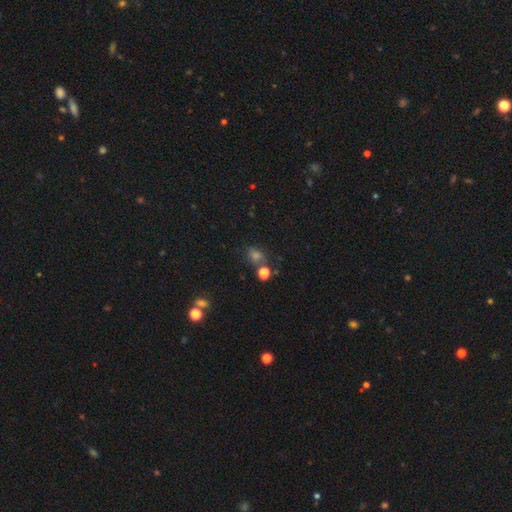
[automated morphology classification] smooth_or_featured: smooth (p=0.58) [alt: star or artifact p=0.33]
how_rounded: round (p=0.61) [alt: in between p=0.37]
merging: none (p=0.68) [alt: merger p=0.14]